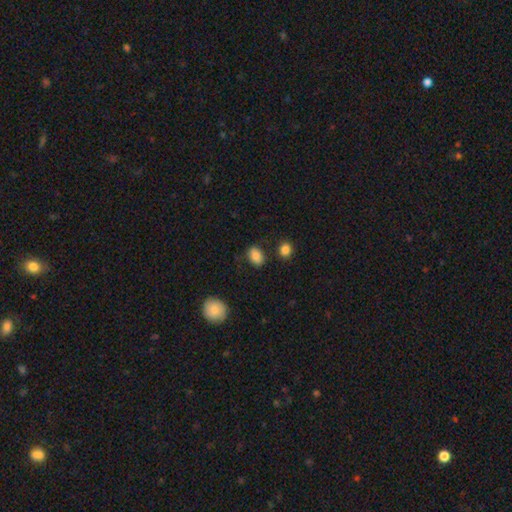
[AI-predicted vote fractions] Smooth or featured?
  - smooth: 84% *
  - star or artifact: 9%
  - featured or disk: 6%
How rounded?
  - in between: 77% *
  - round: 22%
  - cigar-shaped: 1%
Merging?
  - none: 78% *
  - minor disturbance: 14%
  - merger: 4%
  - major disturbance: 4%